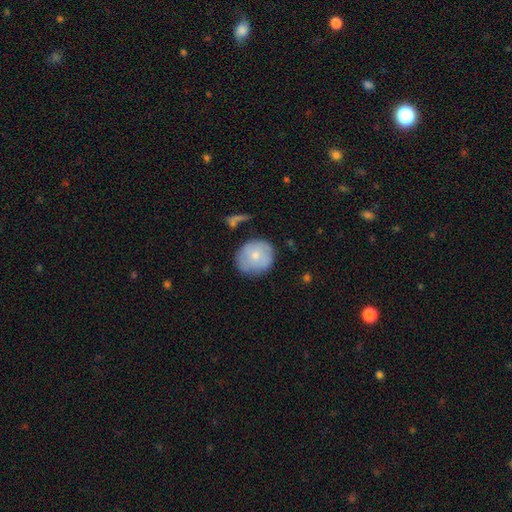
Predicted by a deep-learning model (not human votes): This appears to be a smooth galaxy with no disk features (70%) that is round (83%). Merging: none (71%).